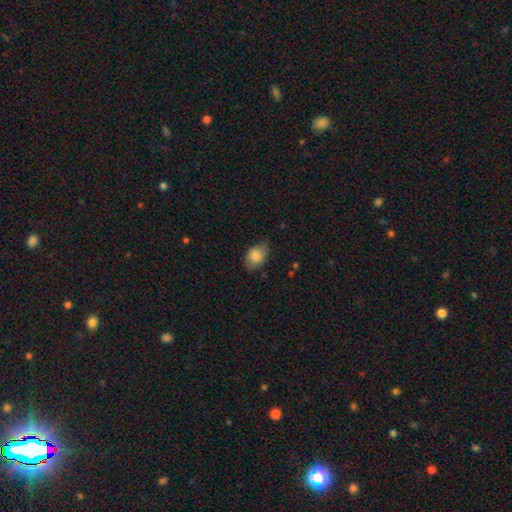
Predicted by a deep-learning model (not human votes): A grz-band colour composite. It shows a smooth galaxy with no disk features (85%) that is in between round and cigar-shaped (85%). Merging: none (74%).